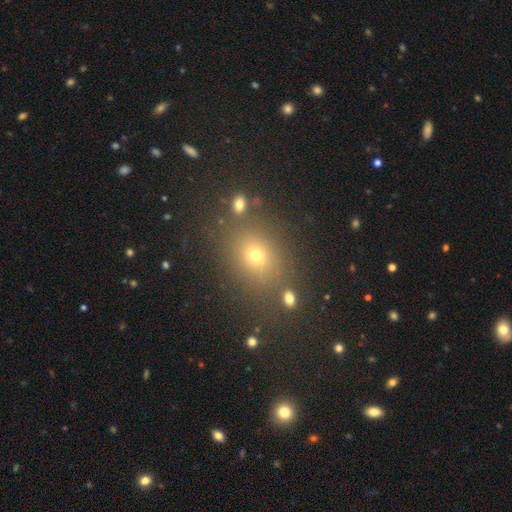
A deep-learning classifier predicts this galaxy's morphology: The model was most divided on "how rounded": round: 51%, in between: 47%, cigar-shaped: 2%. More confident: merging — none (81%); smooth or featured — smooth (59%).